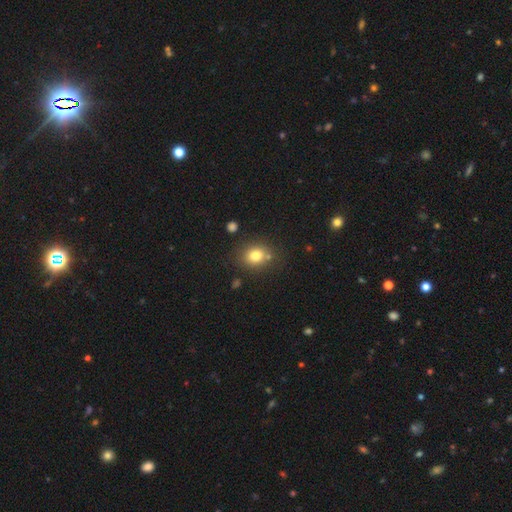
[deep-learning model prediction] Morphology: type=smooth (78%); roundness=round (62%); merging=none (73%).